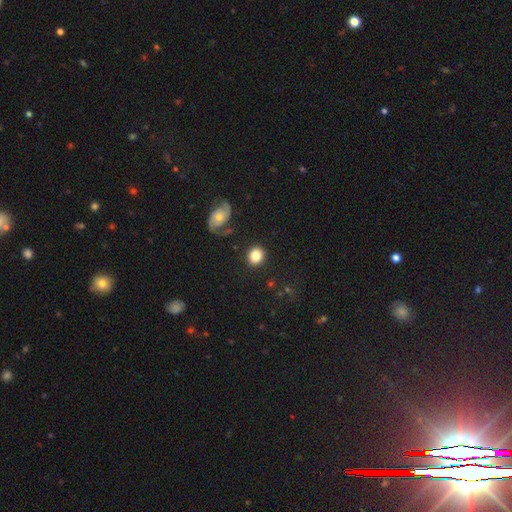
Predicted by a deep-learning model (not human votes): Smooth or featured? Predicted: smooth (p=0.81). How rounded? Predicted: round (p=0.73). Merging? Predicted: none (p=0.86).